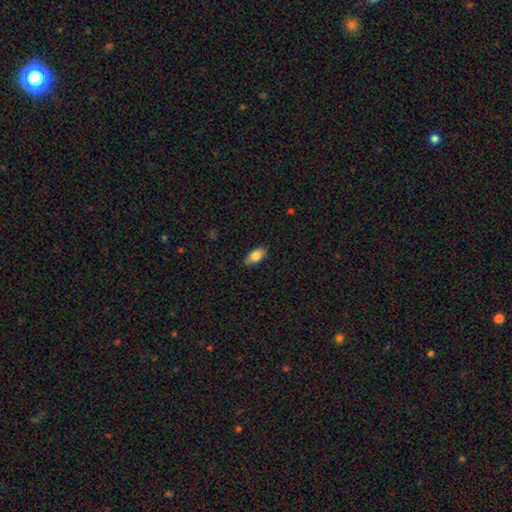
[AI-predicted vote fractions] Smooth or featured: smooth — 81% (featured or disk — 12%)
How rounded: in between — 89% (cigar-shaped — 7%)
Merging: none — 83% (minor disturbance — 14%)